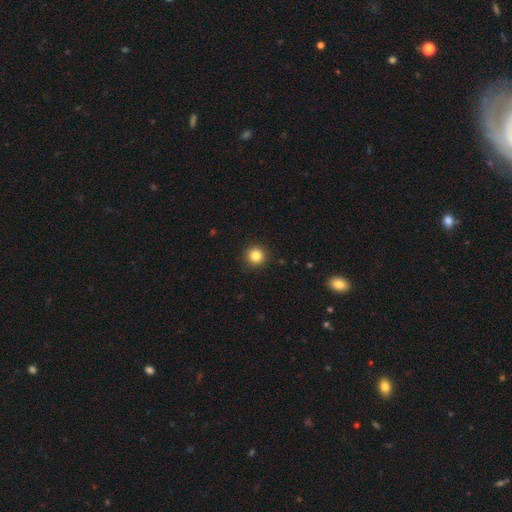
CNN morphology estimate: Q: Smooth or featured?
A: smooth (83%); runner-up: star or artifact (12%)
Q: How rounded?
A: round (95%); runner-up: in between (4%)
Q: Merging?
A: none (92%); runner-up: minor disturbance (5%)